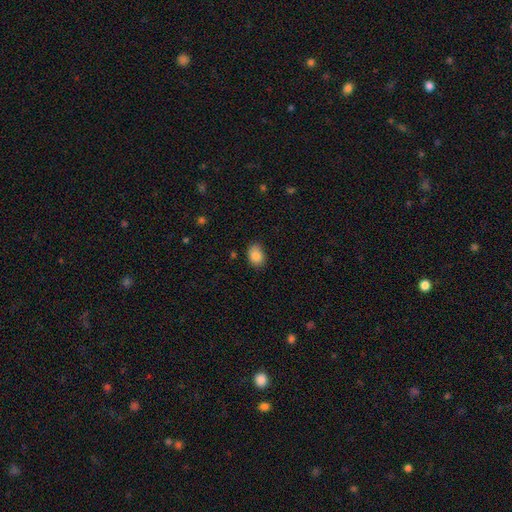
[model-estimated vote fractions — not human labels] smooth 87%, star or artifact 8%, featured or disk 5%. Down the decision tree: how rounded — in between (73%); merging — none (84%).